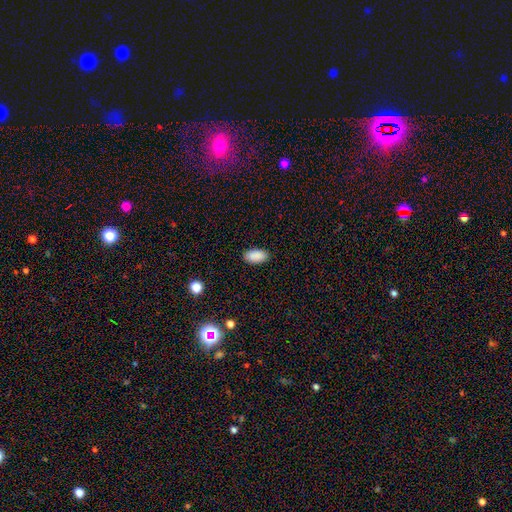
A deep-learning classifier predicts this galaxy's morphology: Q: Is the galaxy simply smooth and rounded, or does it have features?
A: smooth — 90%.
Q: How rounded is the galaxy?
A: in between — 94%.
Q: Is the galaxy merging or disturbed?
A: none — 89%.